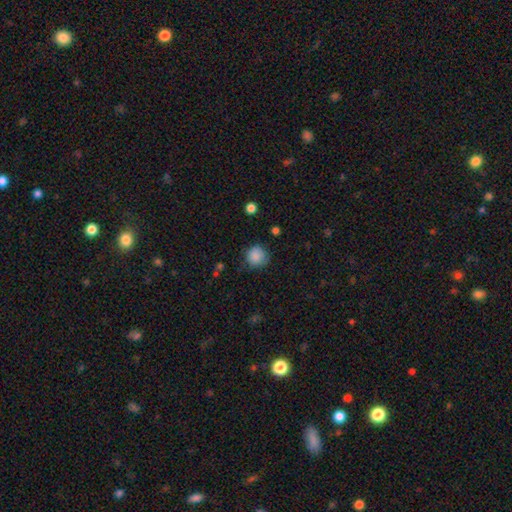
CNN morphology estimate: A smooth galaxy with no disk features (86%) that is round (91%).

Vote fractions:
- Smooth or featured? smooth: 86% / star or artifact: 10% / featured or disk: 4%
- How rounded? round: 91% / in between: 8% / cigar-shaped: 1%
- Merging? none: 76% / minor disturbance: 18% / major disturbance: 5% / merger: 2%